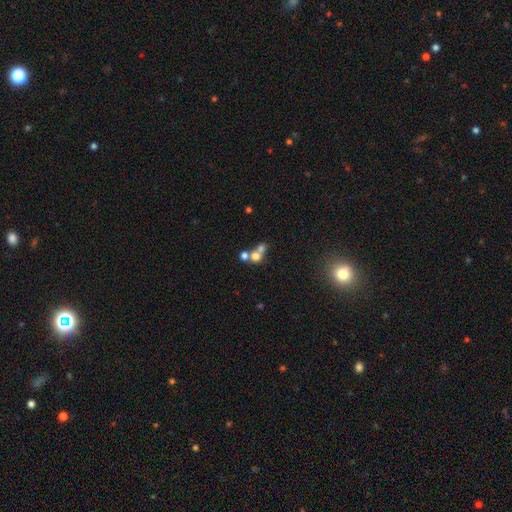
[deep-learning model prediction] smooth 65%, featured or disk 20%, star or artifact 15%. Down the decision tree: how rounded — round (76%); merging — merger (58%).